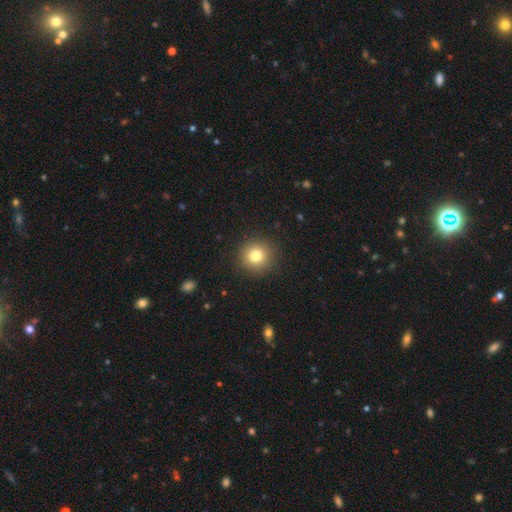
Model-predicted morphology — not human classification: A smooth galaxy with no disk features (80%) that is round (92%).

Vote fractions:
- Smooth or featured? smooth: 80% / star or artifact: 12% / featured or disk: 8%
- How rounded? round: 92% / in between: 7% / cigar-shaped: 1%
- Merging? none: 91% / minor disturbance: 6% / major disturbance: 2% / merger: 1%